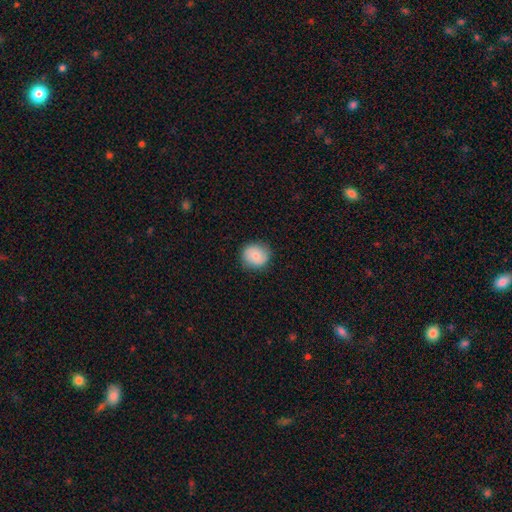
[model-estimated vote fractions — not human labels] A smooth galaxy with no disk features (72%) that is round (87%).

Vote fractions:
- Smooth or featured? smooth: 72% / featured or disk: 21% / star or artifact: 8%
- How rounded? round: 87% / in between: 12% / cigar-shaped: 1%
- Merging? none: 86% / minor disturbance: 11% / major disturbance: 2% / merger: 1%